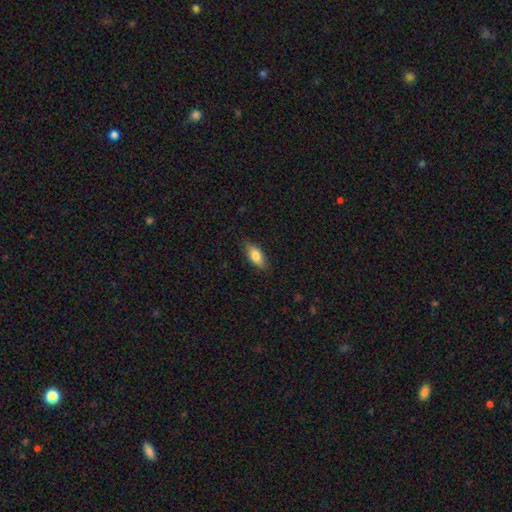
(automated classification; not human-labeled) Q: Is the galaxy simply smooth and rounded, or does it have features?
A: smooth — 81%.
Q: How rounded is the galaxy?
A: in between — 84%.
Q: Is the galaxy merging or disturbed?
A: none — 85%.